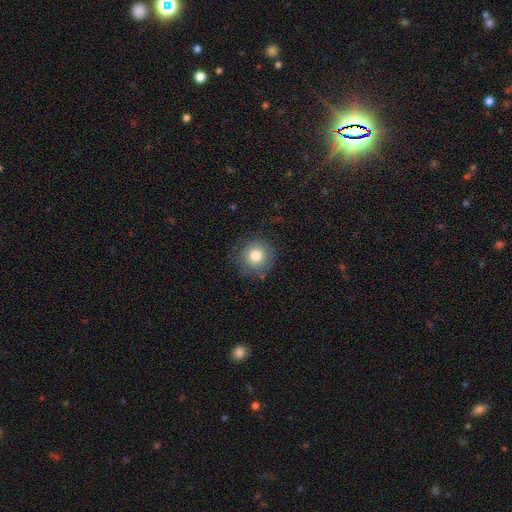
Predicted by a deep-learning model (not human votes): Smooth or featured? smooth (75%)
How rounded? round (93%)
Merging? none (78%)